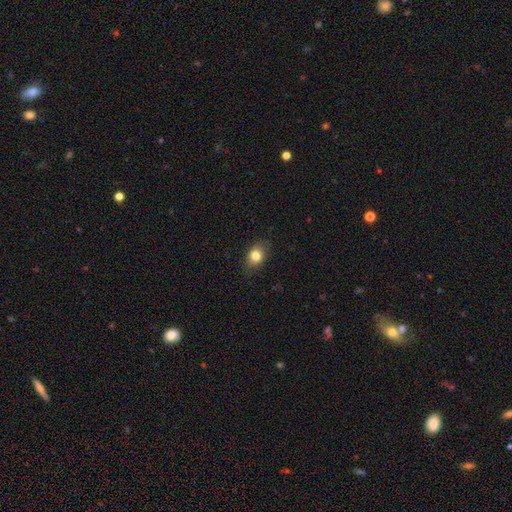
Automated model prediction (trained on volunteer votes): Smooth or featured? Predicted: smooth (p=0.81). How rounded? Predicted: in between (p=0.69). Merging? Predicted: none (p=0.82).